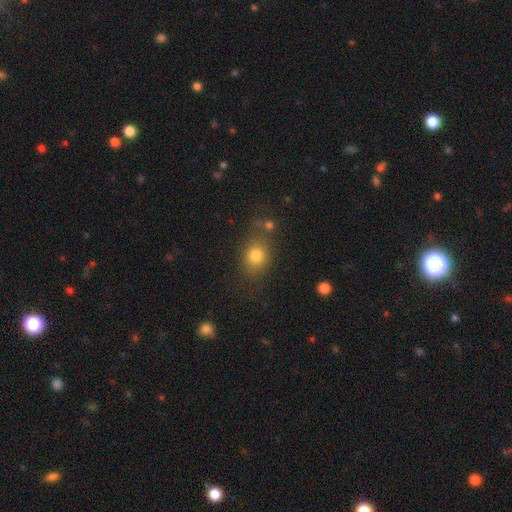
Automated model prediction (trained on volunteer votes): Morphology: type=smooth (78%); roundness=round (56%); merging=none (68%).